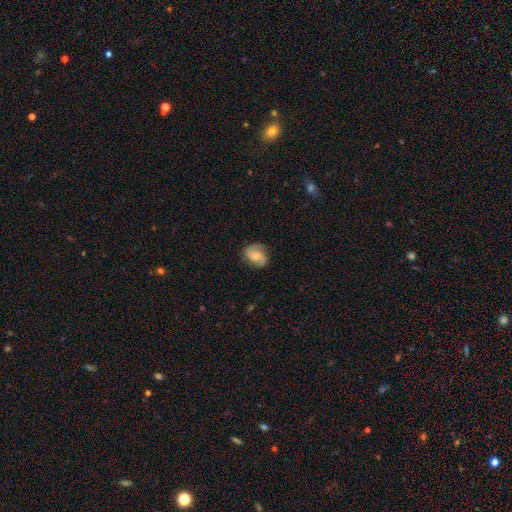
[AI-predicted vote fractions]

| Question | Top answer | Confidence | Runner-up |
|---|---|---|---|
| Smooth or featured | featured or disk | 59% | smooth (33%) |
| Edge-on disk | no | 97% | yes (3%) |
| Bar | no | 61% | weak (33%) |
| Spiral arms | yes | 93% | no (7%) |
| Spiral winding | medium | 46% | loose (29%) |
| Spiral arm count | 2 | 86% | can't tell (6%) |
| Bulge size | moderate | 40% | small (38%) |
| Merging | none | 75% | minor disturbance (18%) |